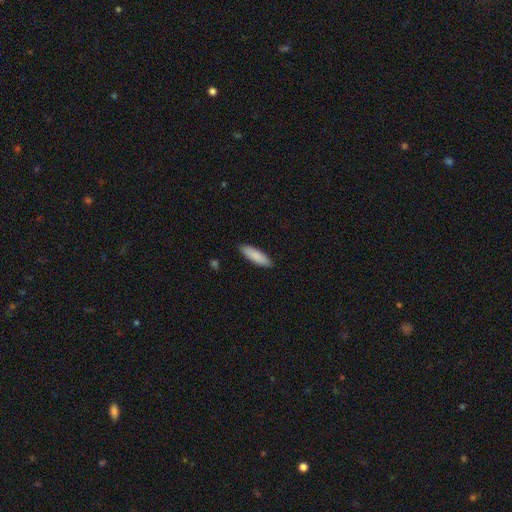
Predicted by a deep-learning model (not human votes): Smooth or featured: smooth — 87% (featured or disk — 7%)
How rounded: cigar-shaped — 55% (in between — 44%)
Merging: none — 89% (minor disturbance — 8%)